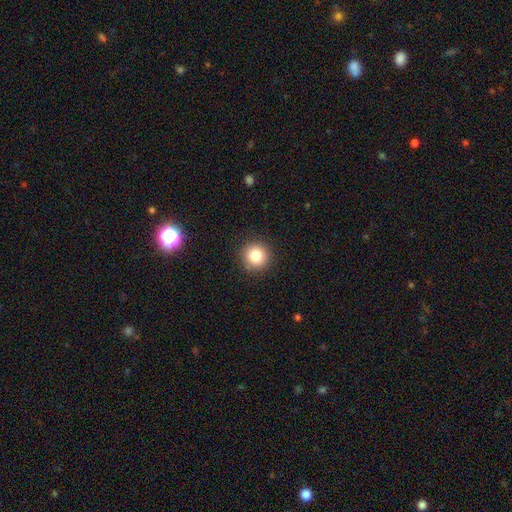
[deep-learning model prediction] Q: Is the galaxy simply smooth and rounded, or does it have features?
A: smooth — 82%.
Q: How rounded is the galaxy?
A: round — 94%.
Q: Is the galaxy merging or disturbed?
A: none — 91%.